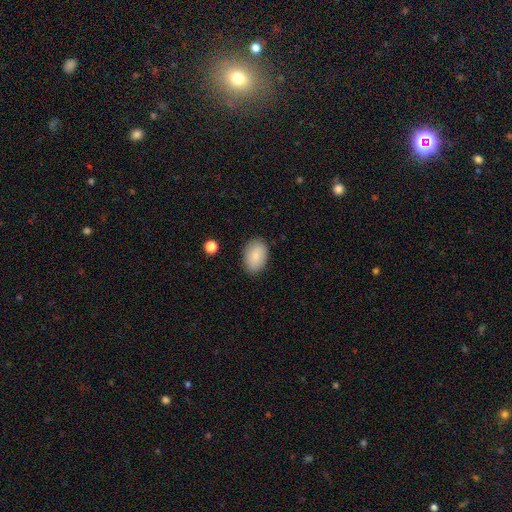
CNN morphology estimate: This appears to be a smooth galaxy with no disk features (84%) that is in between round and cigar-shaped (85%). Merging: none (85%).